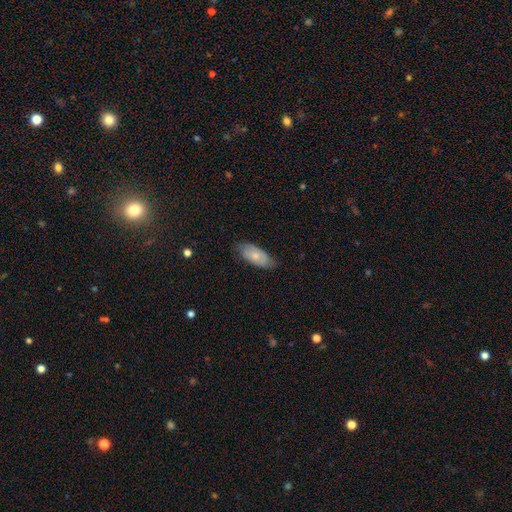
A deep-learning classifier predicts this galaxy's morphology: A smooth galaxy with no disk features (65%) that is in between round and cigar-shaped (88%). Merging: none (75%).